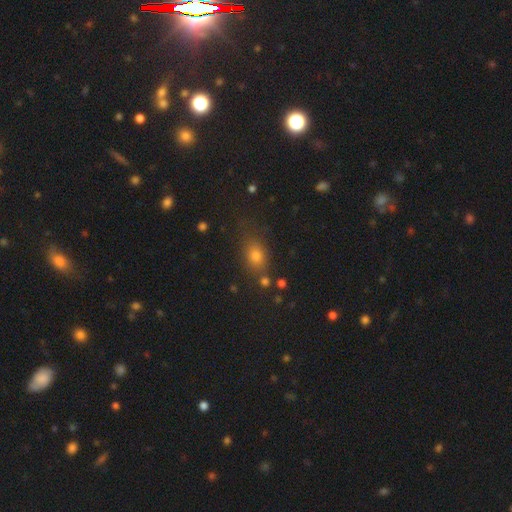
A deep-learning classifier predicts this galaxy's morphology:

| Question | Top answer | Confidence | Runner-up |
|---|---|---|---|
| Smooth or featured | smooth | 73% | star or artifact (18%) |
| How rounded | in between | 59% | round (38%) |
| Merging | none | 73% | minor disturbance (16%) |